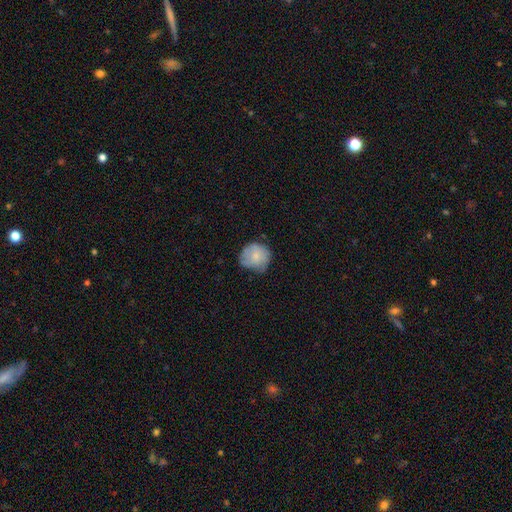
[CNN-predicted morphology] Q: Smooth or featured?
A: smooth (72%); runner-up: featured or disk (21%)
Q: How rounded?
A: round (83%); runner-up: in between (16%)
Q: Merging?
A: none (58%); runner-up: minor disturbance (33%)